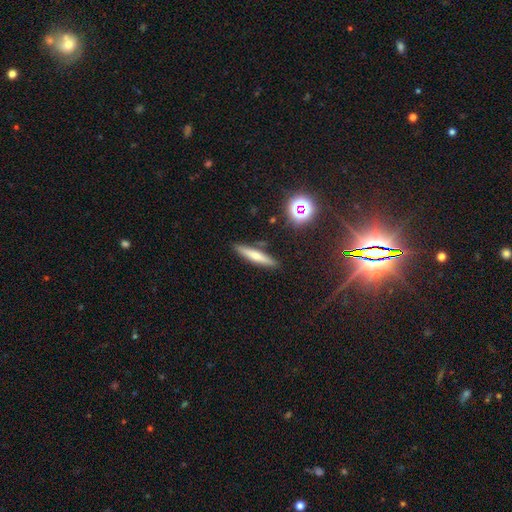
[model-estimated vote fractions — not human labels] smooth-or-featured: smooth: 53% | featured or disk: 36% | star or artifact: 10%
  how-rounded: cigar-shaped: 88% | in between: 9% | round: 2%
  merging: none: 87% | minor disturbance: 8% | merger: 3% | major disturbance: 2%